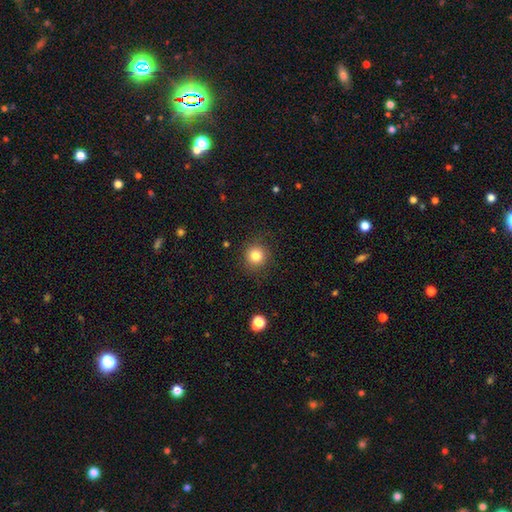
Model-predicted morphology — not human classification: smooth 82%, star or artifact 11%, featured or disk 6%. Down the decision tree: how rounded — round (92%); merging — none (88%).